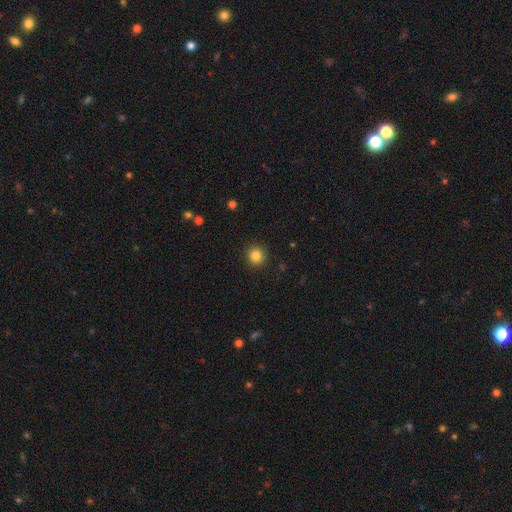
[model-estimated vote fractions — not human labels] smooth_or_featured: smooth (p=0.84) [alt: star or artifact p=0.11]
how_rounded: round (p=0.93) [alt: in between p=0.06]
merging: none (p=0.92) [alt: minor disturbance p=0.05]